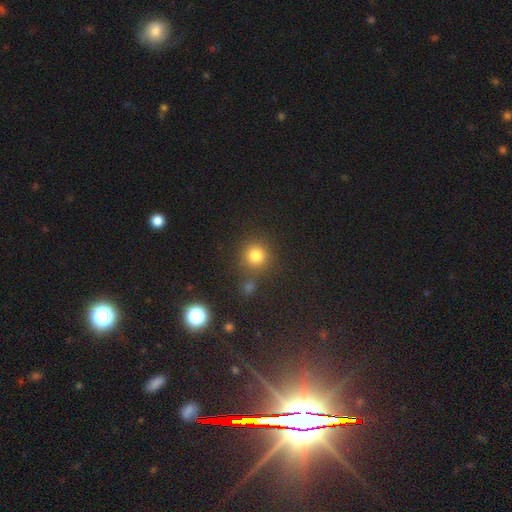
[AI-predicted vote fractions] A smooth galaxy with no disk features (79%) that is round (92%).

Vote fractions:
- Smooth or featured? smooth: 79% / star or artifact: 16% / featured or disk: 5%
- How rounded? round: 92% / in between: 7% / cigar-shaped: 1%
- Merging? none: 76% / merger: 10% / minor disturbance: 9% / major disturbance: 4%